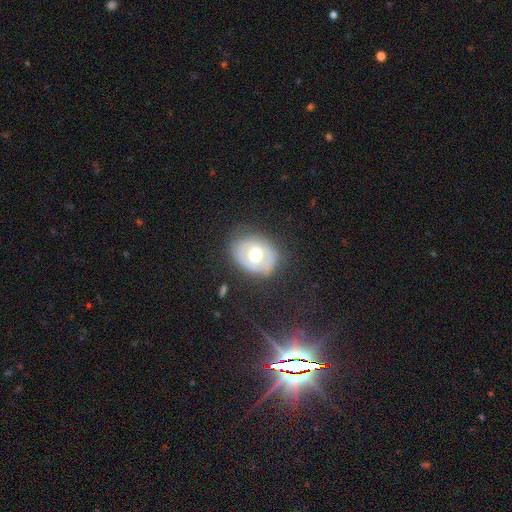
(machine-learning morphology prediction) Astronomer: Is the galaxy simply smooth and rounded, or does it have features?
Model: featured or disk — 47% (runner-up: smooth, 45%).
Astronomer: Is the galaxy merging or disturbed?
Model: none — 74%.